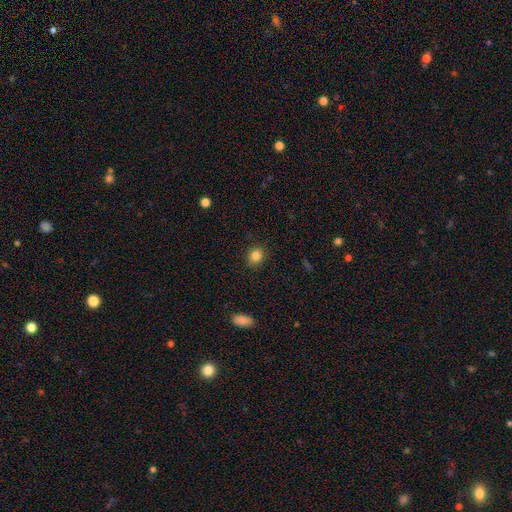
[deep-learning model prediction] Smooth or featured? Predicted: smooth (p=0.84). How rounded? Predicted: round (p=0.70). Merging? Predicted: none (p=0.89).